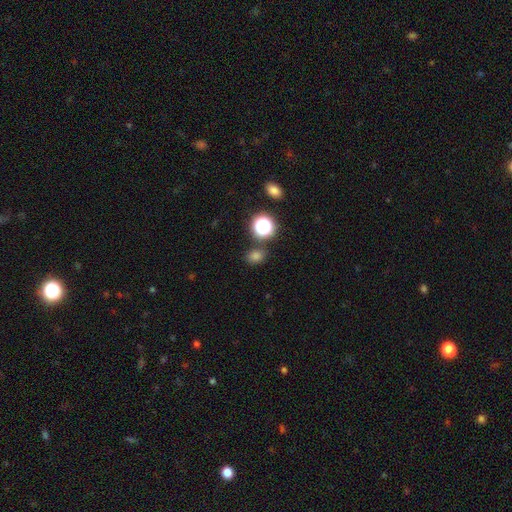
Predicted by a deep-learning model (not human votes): Smooth or featured: smooth — 67% (star or artifact — 27%)
How rounded: round — 59% (in between — 40%)
Merging: none — 81% (minor disturbance — 9%)